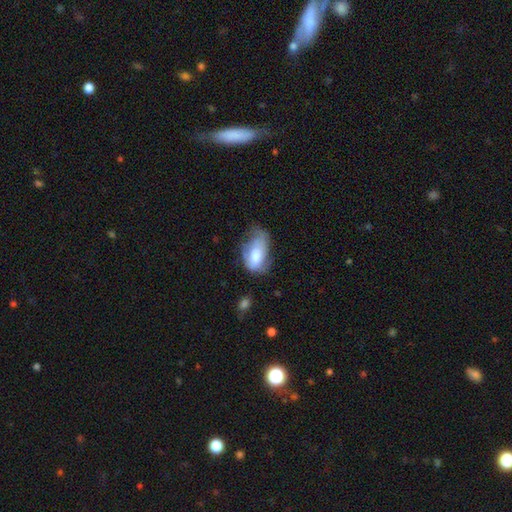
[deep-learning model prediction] Smooth or featured: smooth — 63% (featured or disk — 30%)
How rounded: in between — 90% (round — 7%)
Merging: major disturbance — 37% (minor disturbance — 35%)